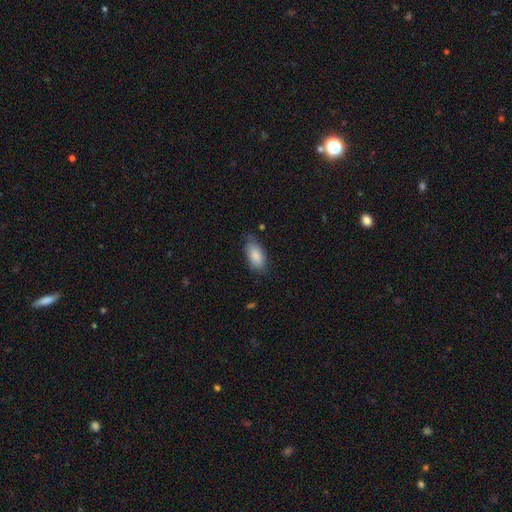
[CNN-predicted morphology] The model was most divided on "merging": none: 70%, minor disturbance: 23%, major disturbance: 5%, merger: 2%. More confident: how rounded — in between (92%); smooth or featured — smooth (85%).